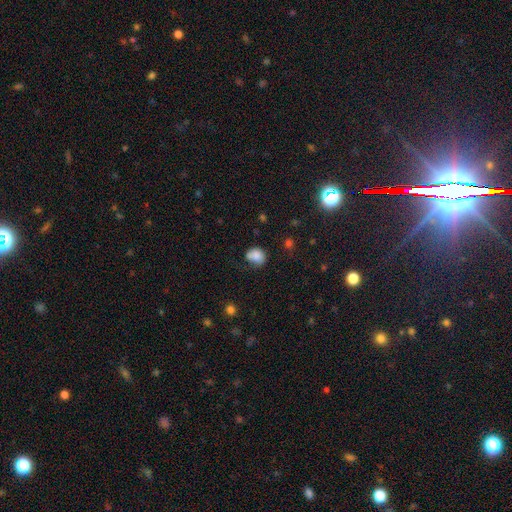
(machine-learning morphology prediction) Overall: smooth (80%). How rounded: round (60%; in between 39%). Merging: none (50%; minor disturbance 26%).